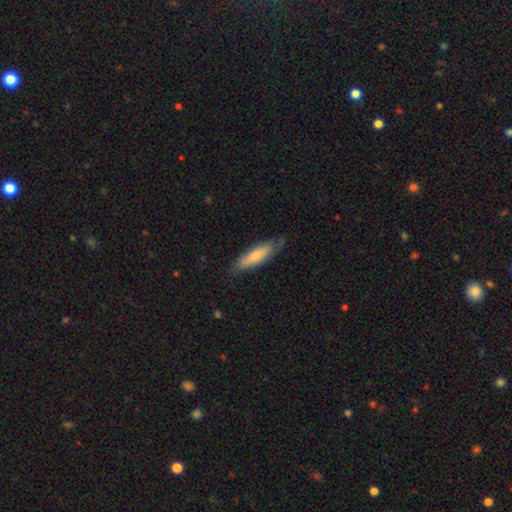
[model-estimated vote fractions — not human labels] This is likely a smooth galaxy (70%). How rounded: likely cigar-shaped (64%). Merging: likely none (75%).